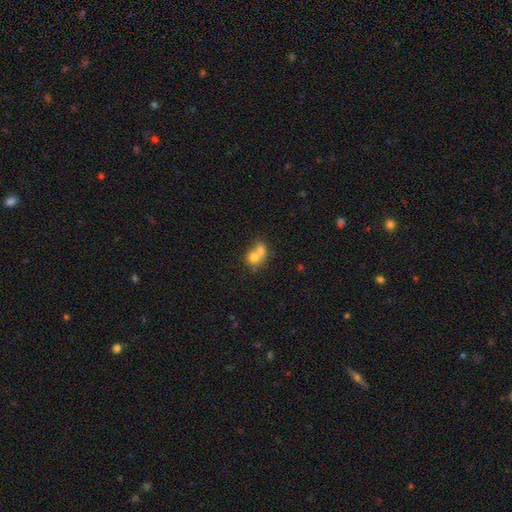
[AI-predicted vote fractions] This appears to be a smooth galaxy with no disk features (70%) that is round (64%). Merging: merger (69%).